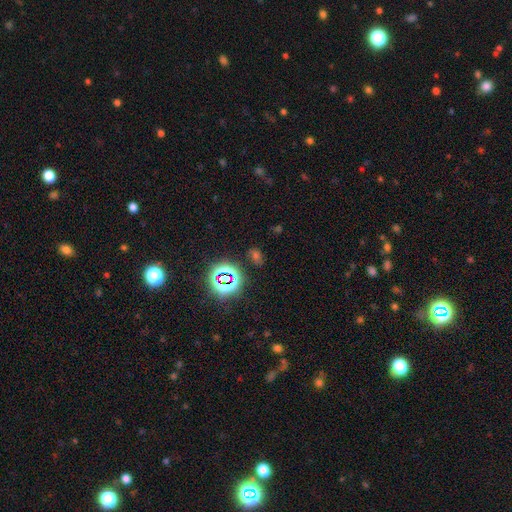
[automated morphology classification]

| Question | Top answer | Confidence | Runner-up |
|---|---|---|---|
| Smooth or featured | star or artifact | 57% | smooth (34%) |